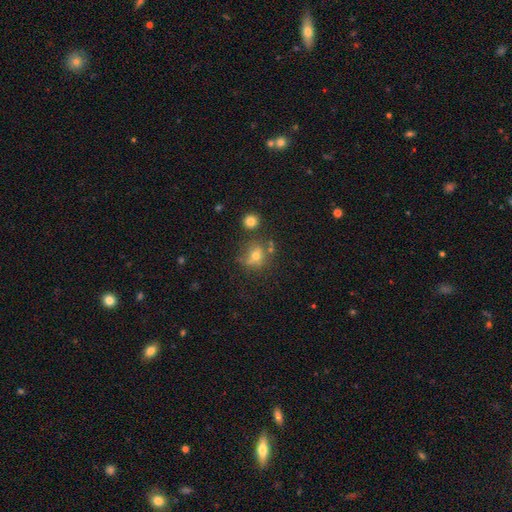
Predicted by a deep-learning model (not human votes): Smooth or featured? smooth (63%)
How rounded? round (78%)
Merging? none (61%)